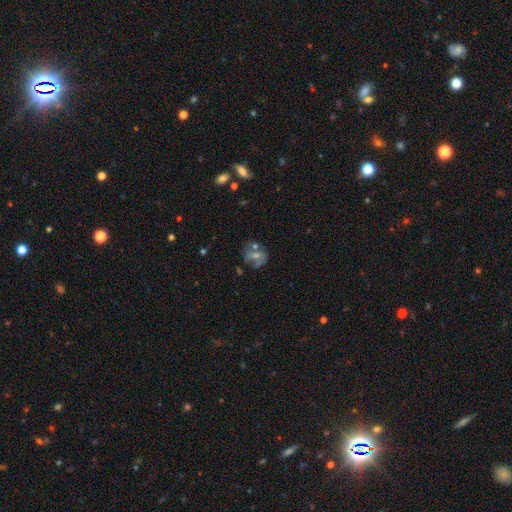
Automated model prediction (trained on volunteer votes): A featured or disk galaxy (47%). Merging: none (61%).